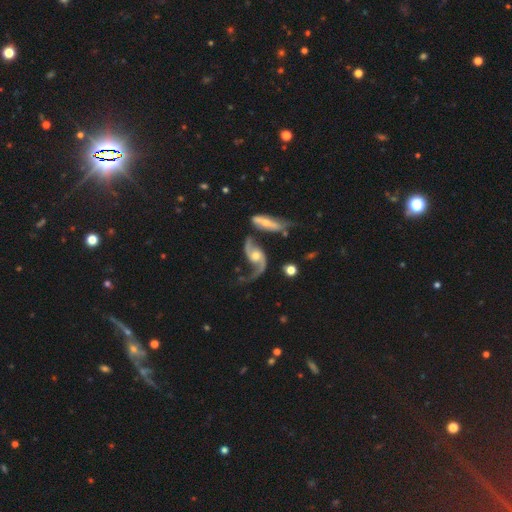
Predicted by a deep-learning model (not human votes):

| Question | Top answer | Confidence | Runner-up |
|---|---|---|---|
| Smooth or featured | featured or disk | 89% | smooth (6%) |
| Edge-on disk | no | 96% | yes (4%) |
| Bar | no | 61% | weak (30%) |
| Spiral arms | yes | 96% | no (4%) |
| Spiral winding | loose | 75% | medium (20%) |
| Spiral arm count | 2 | 87% | 1 (8%) |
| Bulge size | moderate | 62% | small (28%) |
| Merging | none | 44% | merger (21%) |